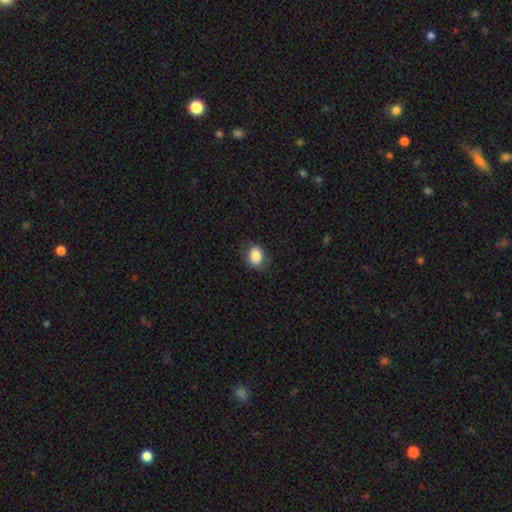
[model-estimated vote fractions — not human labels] Smooth or featured?
  - smooth: 86% *
  - star or artifact: 9%
  - featured or disk: 5%
How rounded?
  - in between: 65% *
  - round: 34%
  - cigar-shaped: 1%
Merging?
  - none: 78% *
  - minor disturbance: 17%
  - major disturbance: 4%
  - merger: 1%